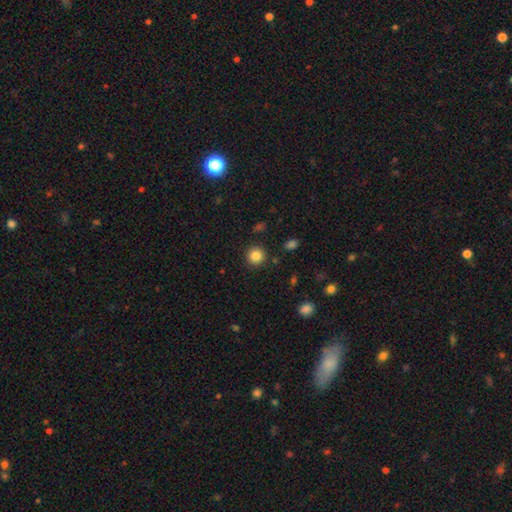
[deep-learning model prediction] smooth_or_featured: smooth (p=0.85) [alt: star or artifact p=0.11]
how_rounded: round (p=0.93) [alt: in between p=0.06]
merging: none (p=0.90) [alt: minor disturbance p=0.06]